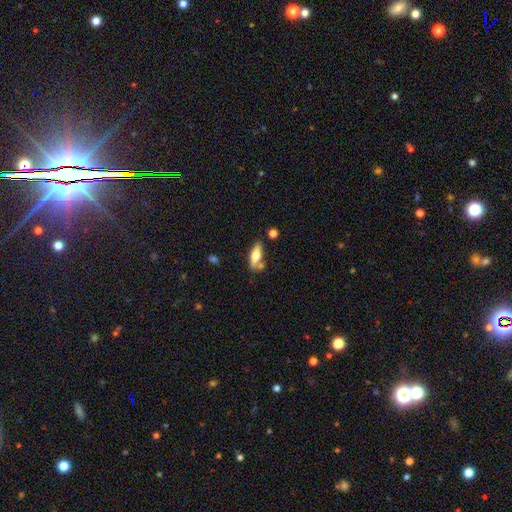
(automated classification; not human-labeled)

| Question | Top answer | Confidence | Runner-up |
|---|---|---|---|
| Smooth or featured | smooth | 56% | featured or disk (37%) |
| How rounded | in between | 49% | cigar-shaped (48%) |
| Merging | none | 71% | minor disturbance (15%) |